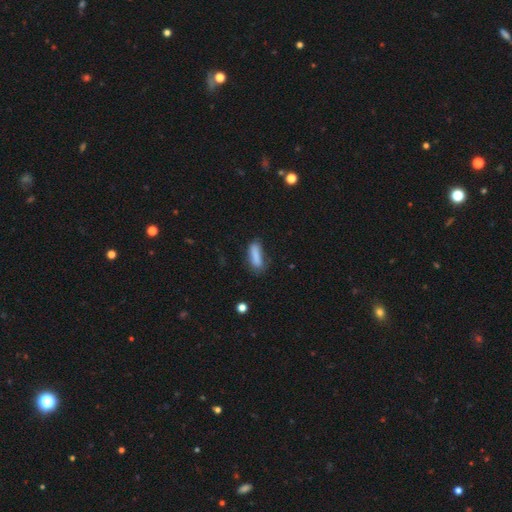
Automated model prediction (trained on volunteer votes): This is clearly a smooth galaxy (83%). How rounded: possibly cigar-shaped (49%). Merging: possibly none (60%).